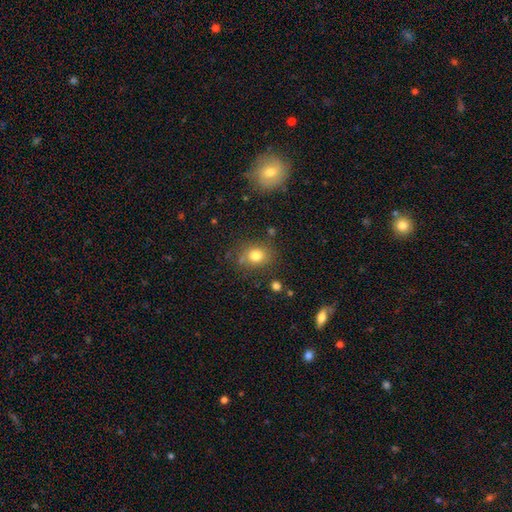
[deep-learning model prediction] Overall: smooth (79%). How rounded: round (62%; in between 37%). Merging: none (76%).